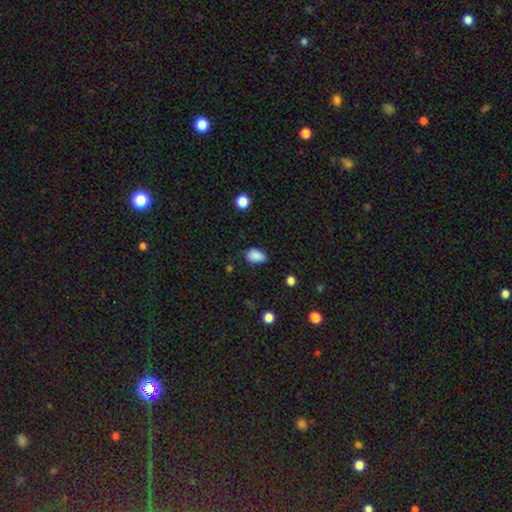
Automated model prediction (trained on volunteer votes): Smooth or featured? smooth (87%)
How rounded? in between (86%)
Merging? none (72%)